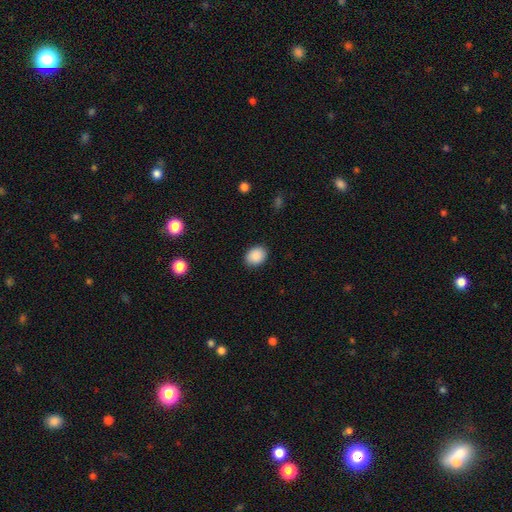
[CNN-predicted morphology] smooth 89%, star or artifact 8%, featured or disk 3%. Down the decision tree: how rounded — in between (60%); merging — none (87%).